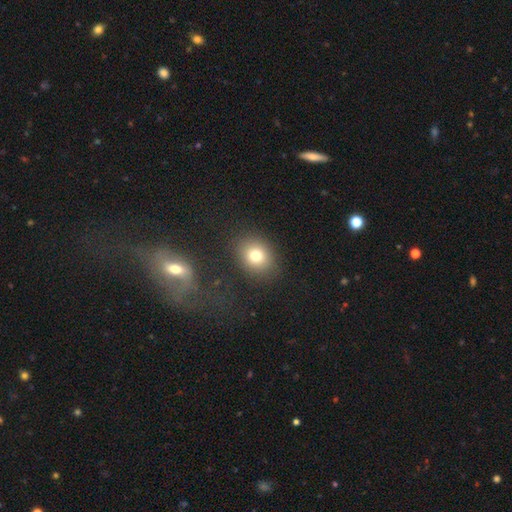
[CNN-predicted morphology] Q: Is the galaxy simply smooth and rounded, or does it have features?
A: smooth — 77%.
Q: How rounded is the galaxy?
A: round — 59%.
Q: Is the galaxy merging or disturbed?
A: none — 84%.